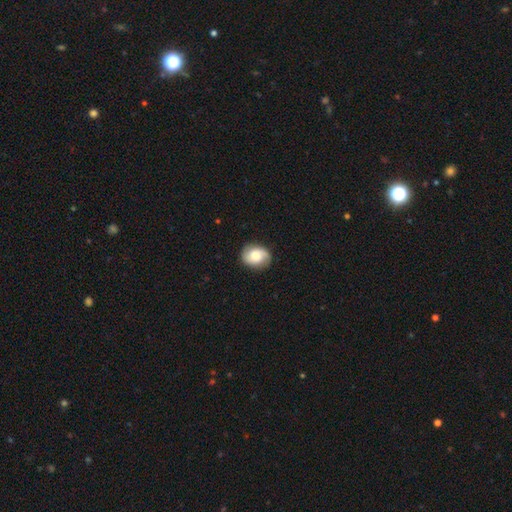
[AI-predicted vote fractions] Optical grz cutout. It shows a smooth galaxy with no disk features (49%). Merging: none (83%).